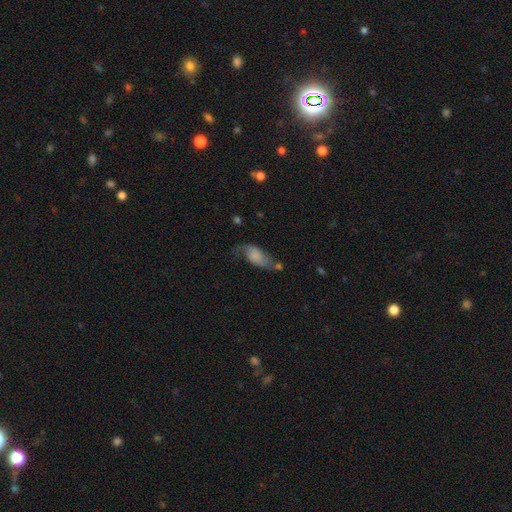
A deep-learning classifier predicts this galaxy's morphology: featured or disk 50%, smooth 41%, star or artifact 9%. Down the decision tree: edge-on disk — no (93%); merging — none (42%).